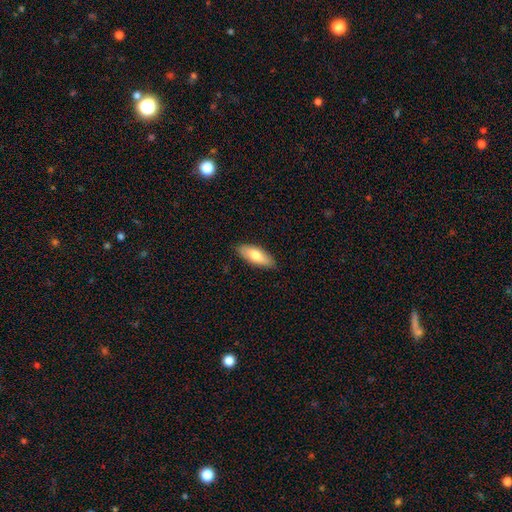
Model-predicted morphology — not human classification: The model was most divided on "how rounded": in between: 72%, cigar-shaped: 26%, round: 2%. More confident: merging — none (87%); smooth or featured — smooth (76%).